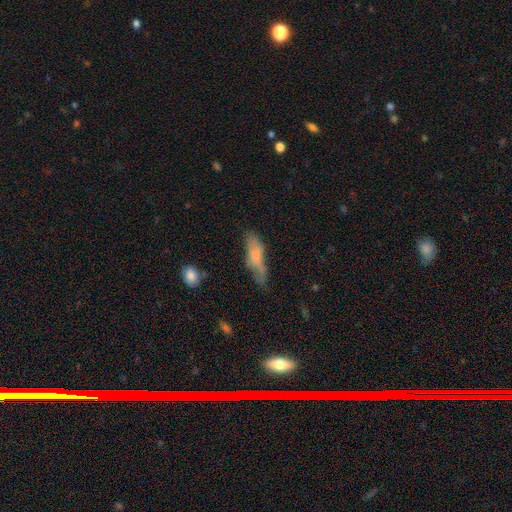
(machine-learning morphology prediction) smooth_or_featured: smooth (p=0.65) [alt: featured or disk p=0.27]
how_rounded: cigar-shaped (p=0.58) [alt: in between p=0.40]
merging: none (p=0.51) [alt: minor disturbance p=0.31]